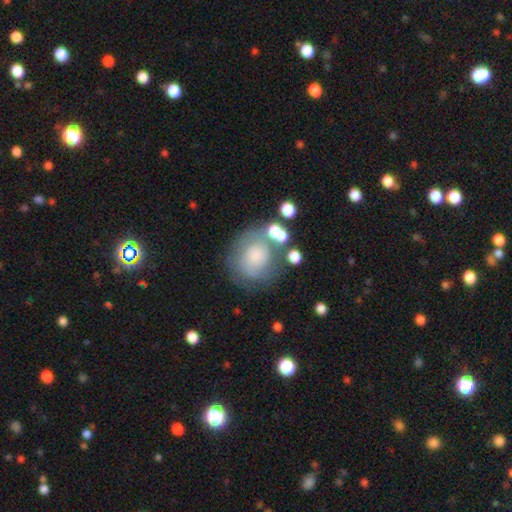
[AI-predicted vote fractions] Overall: smooth (52%; featured or disk 38%). How rounded: round (80%). Merging: none (52%; minor disturbance 20%).